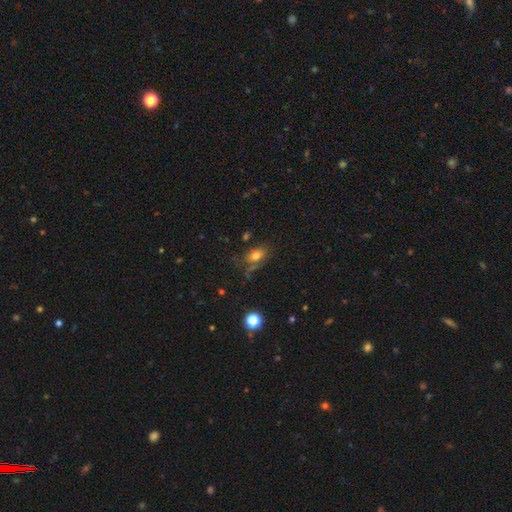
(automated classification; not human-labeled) Morphology: type=smooth (72%); roundness=in between (79%); merging=none (63%).